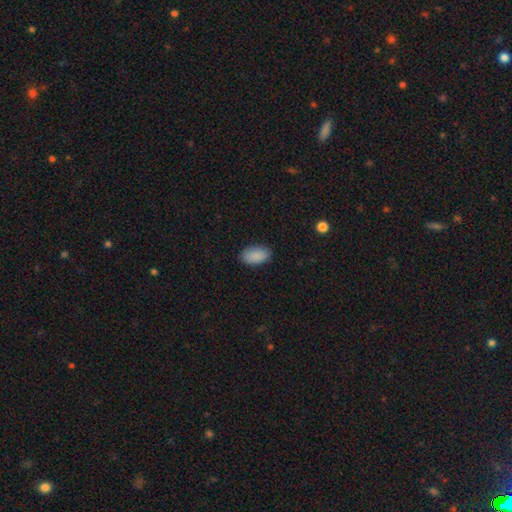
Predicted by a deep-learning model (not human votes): Overall: smooth (90%). How rounded: in between (94%). Merging: none (87%).